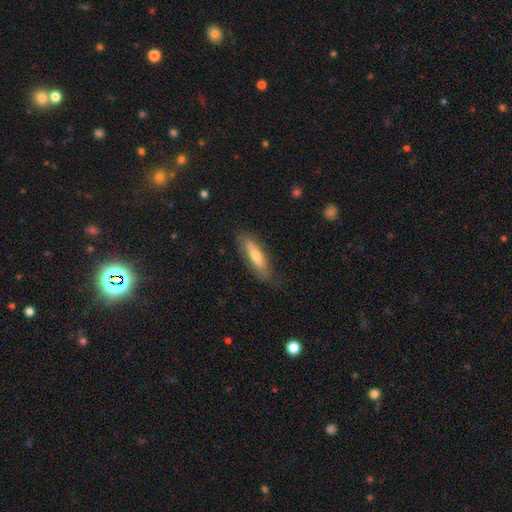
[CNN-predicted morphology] The model was most divided on "smooth or featured": smooth: 56%, featured or disk: 36%, star or artifact: 8%. More confident: merging — none (74%); how rounded — cigar-shaped (70%).